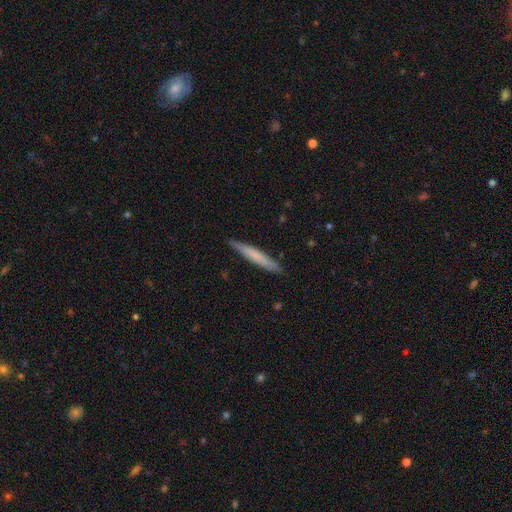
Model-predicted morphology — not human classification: Overall: smooth (62%; featured or disk 32%). How rounded: cigar-shaped (95%). Merging: none (88%).